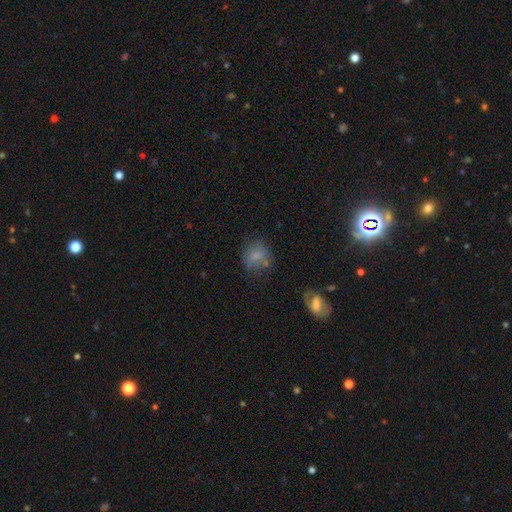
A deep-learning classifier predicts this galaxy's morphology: Smooth or featured?
  - smooth: 70% *
  - featured or disk: 18%
  - star or artifact: 12%
How rounded?
  - round: 64% *
  - in between: 35%
  - cigar-shaped: 1%
Merging?
  - none: 57% *
  - minor disturbance: 22%
  - major disturbance: 11%
  - merger: 9%